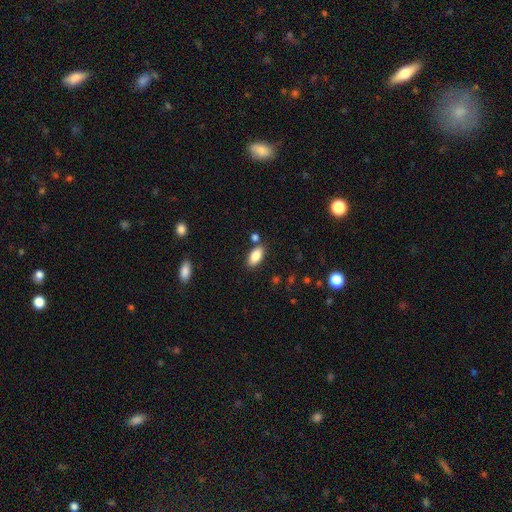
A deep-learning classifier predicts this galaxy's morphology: This is clearly a smooth galaxy (85%). How rounded: clearly in between (92%). Merging: likely none (80%).